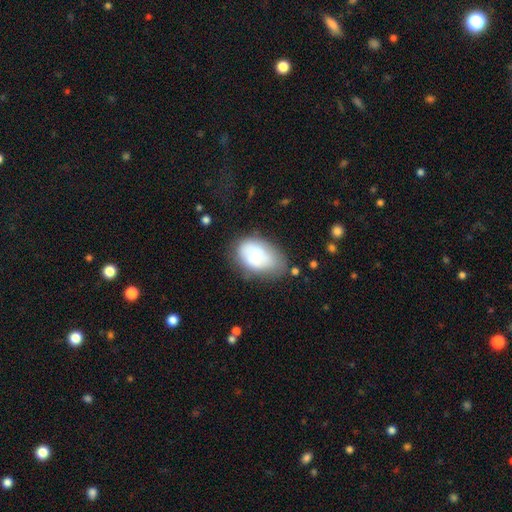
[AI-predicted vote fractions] This is likely a smooth galaxy (69%). How rounded: clearly in between (87%). Merging: possibly none (51%).